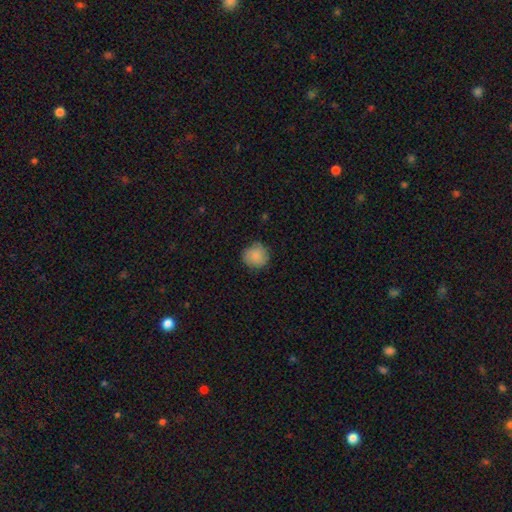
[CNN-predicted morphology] smooth 85%, star or artifact 7%, featured or disk 7%. Down the decision tree: how rounded — round (92%); merging — none (82%).